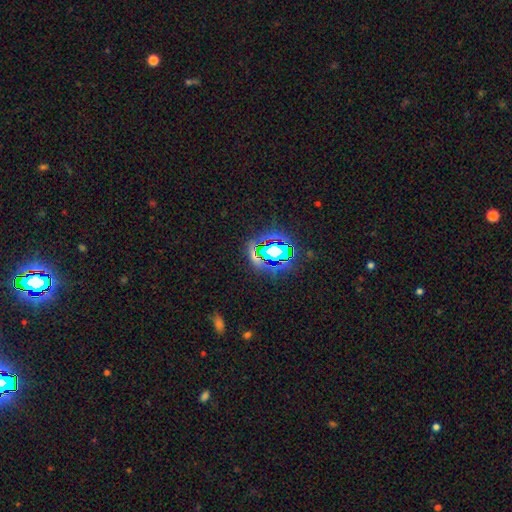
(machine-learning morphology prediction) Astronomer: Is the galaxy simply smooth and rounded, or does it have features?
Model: star or artifact — 66%.